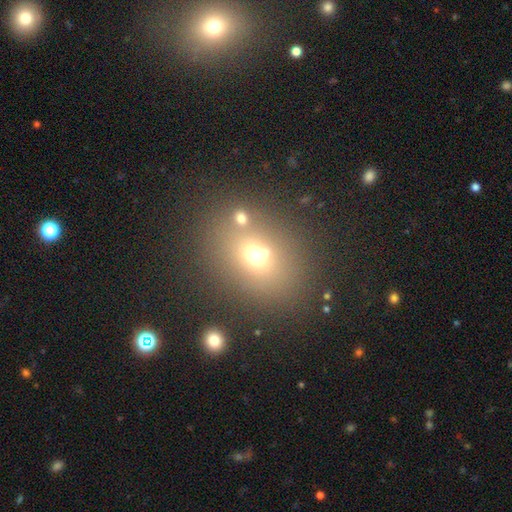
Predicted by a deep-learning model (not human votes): Q: Smooth or featured?
A: smooth (63%); runner-up: star or artifact (21%)
Q: How rounded?
A: round (53%); runner-up: in between (45%)
Q: Merging?
A: none (66%); runner-up: merger (17%)